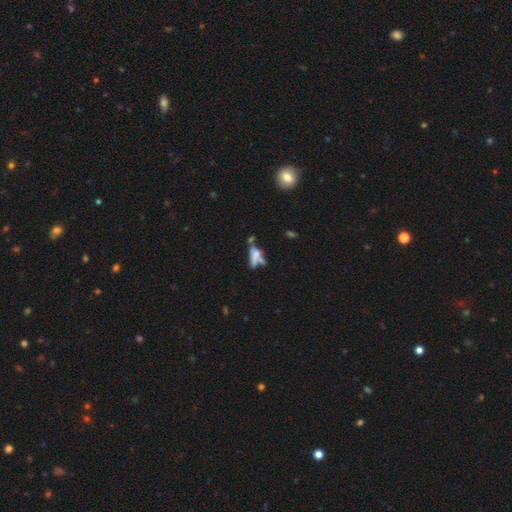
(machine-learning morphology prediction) Overall: smooth (46%; featured or disk 40%). Merging: merger (43%; none 30%).